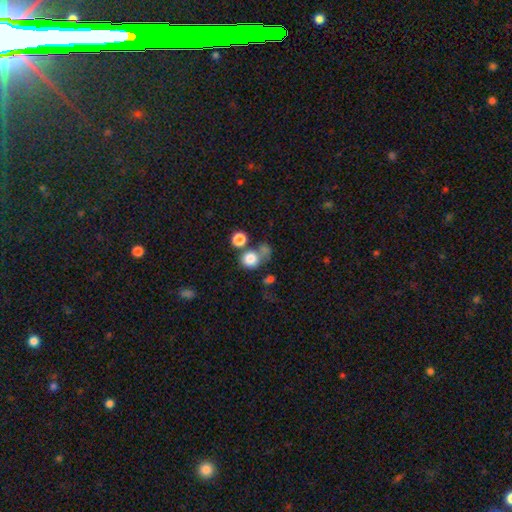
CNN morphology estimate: smooth 77%, star or artifact 13%, featured or disk 10%. Down the decision tree: how rounded — round (82%); merging — none (49%).